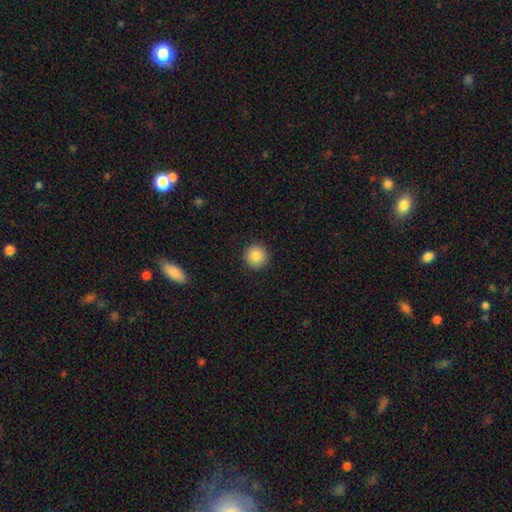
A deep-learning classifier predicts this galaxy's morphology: Q: Smooth or featured?
A: smooth (85%); runner-up: star or artifact (9%)
Q: How rounded?
A: round (95%); runner-up: in between (4%)
Q: Merging?
A: none (92%); runner-up: minor disturbance (5%)